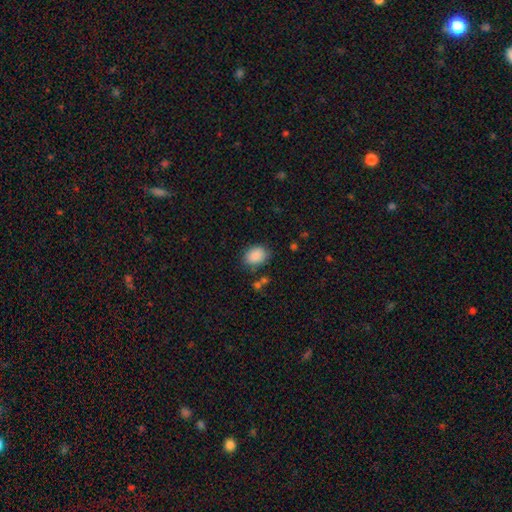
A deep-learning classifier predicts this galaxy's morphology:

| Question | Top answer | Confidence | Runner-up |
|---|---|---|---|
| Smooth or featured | smooth | 88% | star or artifact (8%) |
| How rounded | in between | 69% | round (30%) |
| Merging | none | 79% | minor disturbance (14%) |